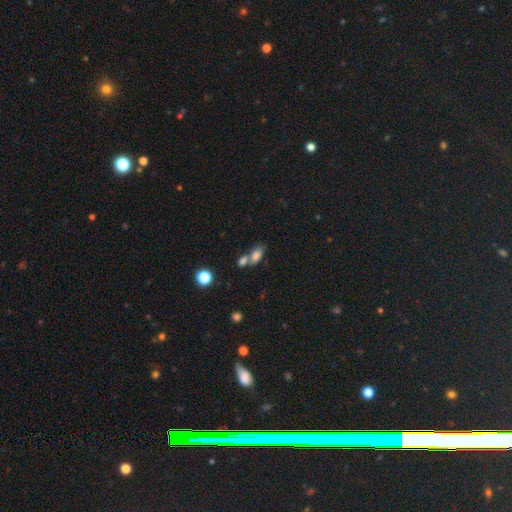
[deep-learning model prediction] A smooth galaxy with no disk features (77%) that is in between round and cigar-shaped (85%). Merging: merger (47%).